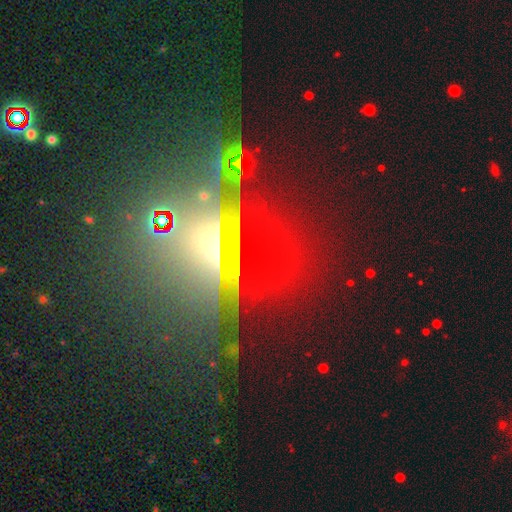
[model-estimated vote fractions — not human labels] A star or artifact, not a galaxy (71%).

Vote fractions:
- Smooth or featured? star or artifact: 71% / smooth: 14% / featured or disk: 14%